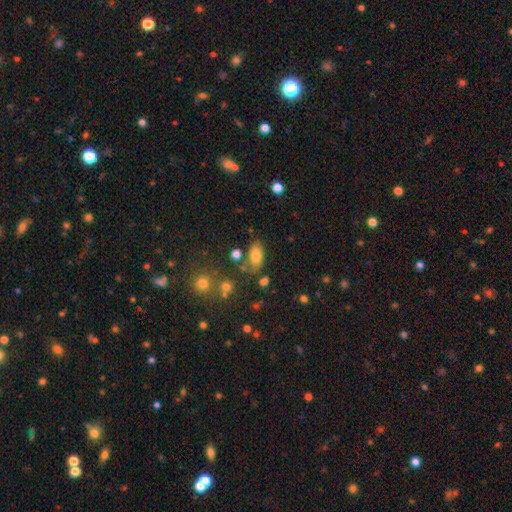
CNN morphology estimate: Q: Smooth or featured?
A: smooth (77%); runner-up: featured or disk (12%)
Q: How rounded?
A: in between (90%); runner-up: round (6%)
Q: Merging?
A: none (68%); runner-up: minor disturbance (18%)